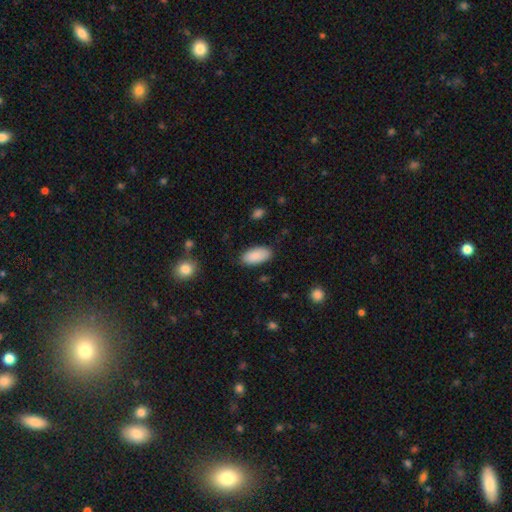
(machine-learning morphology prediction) Smooth or featured? smooth (90%)
How rounded? in between (93%)
Merging? none (86%)